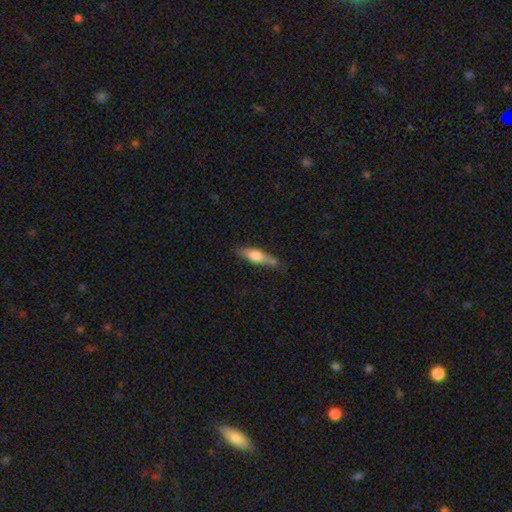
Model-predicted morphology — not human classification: A smooth galaxy with no disk features (53%) that is cigar-shaped (65%).

Vote fractions:
- Smooth or featured? smooth: 53% / featured or disk: 41% / star or artifact: 6%
- How rounded? cigar-shaped: 65% / in between: 33% / round: 3%
- Merging? none: 68% / minor disturbance: 22% / major disturbance: 5% / merger: 4%